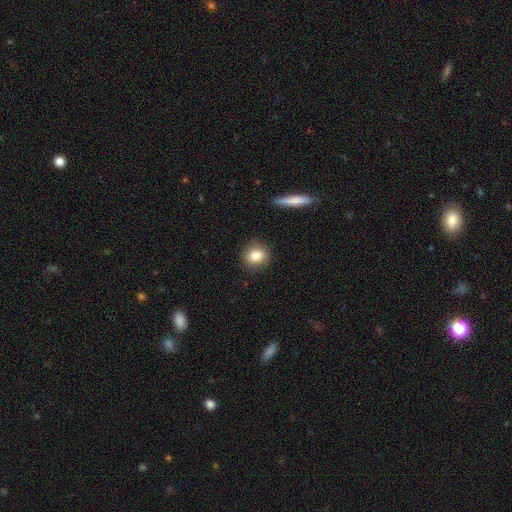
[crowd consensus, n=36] Q: Smooth or featured?
A: smooth (86%); runner-up: featured or disk (11%)
Q: How rounded?
A: round (61%); runner-up: in between (39%)
Q: Merging?
A: none (100%)